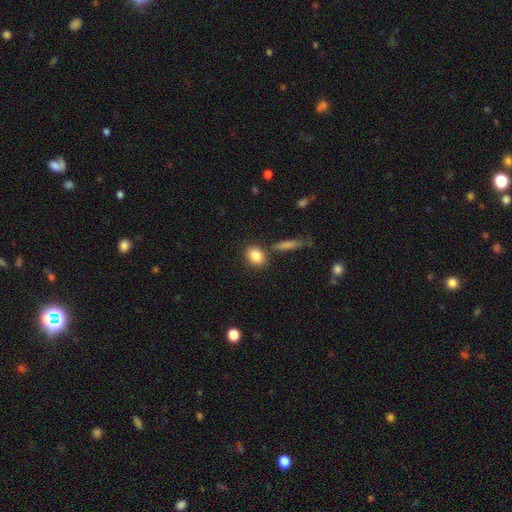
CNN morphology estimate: The model was most divided on "how rounded": in between: 58%, round: 39%, cigar-shaped: 3%. More confident: smooth or featured — smooth (85%); merging — none (76%).